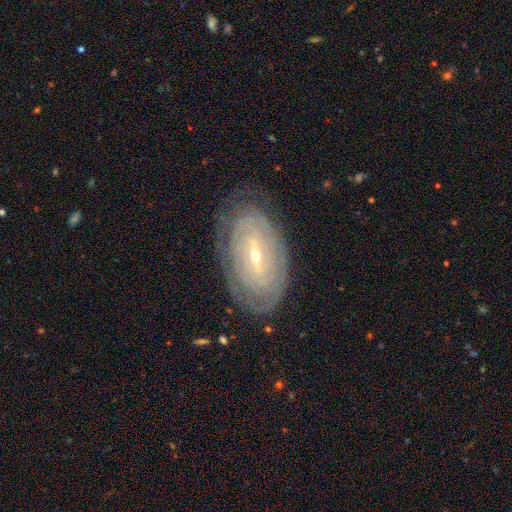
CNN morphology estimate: Smooth or featured? Predicted: featured or disk (p=0.83). Edge-on disk? Predicted: no (p=0.93). Bar? Predicted: weak (p=0.43). Spiral arms? Predicted: yes (p=0.84). Spiral winding? Predicted: tight (p=0.83). Spiral arm count? Predicted: can't tell (p=0.57). Bulge size? Predicted: small (p=0.66). Merging? Predicted: none (p=0.77).